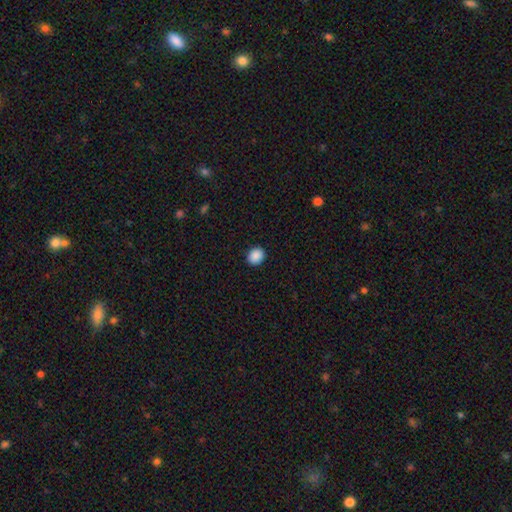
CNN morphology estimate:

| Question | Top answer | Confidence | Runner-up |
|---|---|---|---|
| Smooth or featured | smooth | 89% | star or artifact (8%) |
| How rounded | round | 62% | in between (37%) |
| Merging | none | 90% | minor disturbance (7%) |